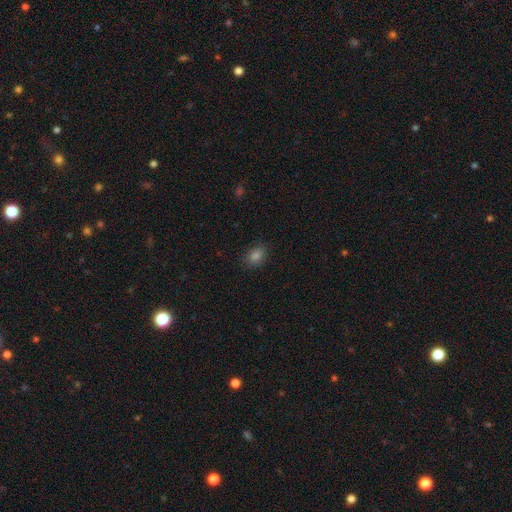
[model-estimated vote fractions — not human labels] Q: Smooth or featured?
A: smooth (81%); runner-up: star or artifact (14%)
Q: How rounded?
A: in between (75%); runner-up: round (24%)
Q: Merging?
A: none (85%); runner-up: minor disturbance (12%)